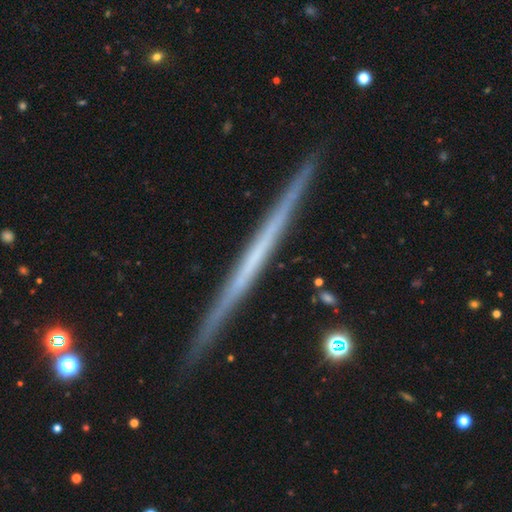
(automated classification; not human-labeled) Overall: featured or disk (69%). Edge-on disk: yes (98%). Edge-on bulge: none (93%). Merging: none (91%).